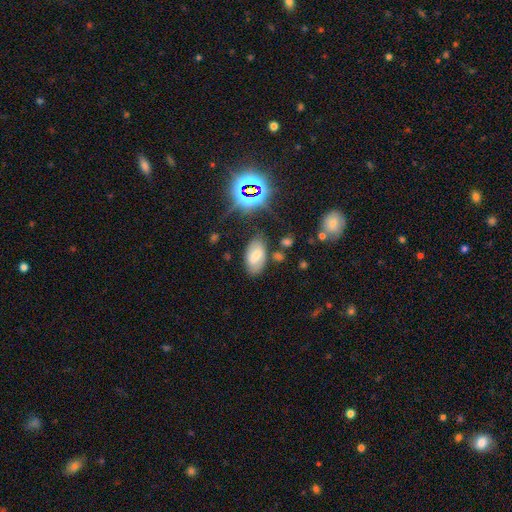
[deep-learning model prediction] smooth_or_featured: smooth (p=0.62) [alt: featured or disk p=0.24]
how_rounded: in between (p=0.93) [alt: round p=0.04]
merging: none (p=0.76) [alt: minor disturbance p=0.16]